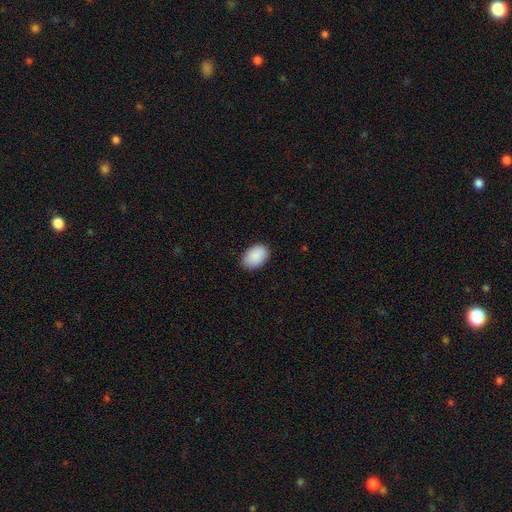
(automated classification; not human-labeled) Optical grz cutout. It shows a smooth galaxy with no disk features (91%) that is in between round and cigar-shaped (88%). Merging: none (85%).